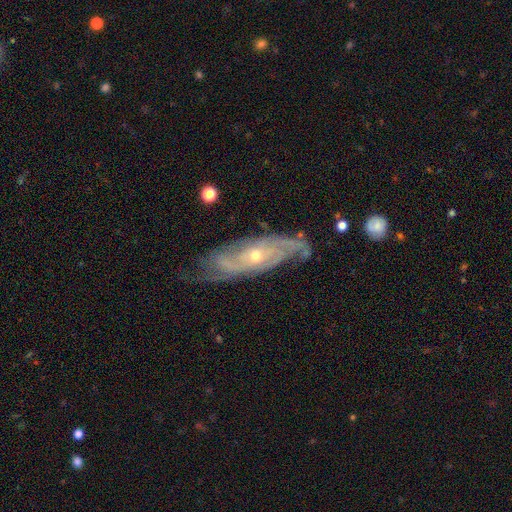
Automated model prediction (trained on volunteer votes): smooth_or_featured: featured or disk (p=0.86) [alt: smooth p=0.08]
disk_edge_on: no (p=0.84) [alt: yes p=0.16]
bar: no (p=0.72) [alt: weak p=0.21]
has_spiral_arms: yes (p=0.95) [alt: no p=0.05]
spiral_winding: tight (p=0.62) [alt: medium p=0.30]
spiral_arm_count: can't tell (p=0.33) [alt: 2 p=0.29]
bulge_size: small (p=0.61) [alt: moderate p=0.36]
merging: none (p=0.72) [alt: minor disturbance p=0.20]